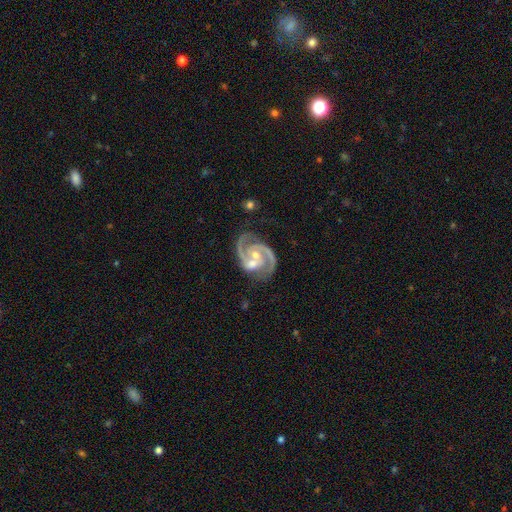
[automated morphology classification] smooth-or-featured: featured or disk: 93% | star or artifact: 4% | smooth: 3%
  disk-edge-on: no: 98% | yes: 2%
    bar: no: 47% | weak: 36% | strong: 17%
    has-spiral-arms: yes: 99% | no: 1%
      spiral-winding: medium: 57% | tight: 35% | loose: 8%
      spiral-arm-count: 2: 89% | 3: 5% | can't tell: 2% | 1: 1% | 4: 1% | more than 4: 1%
    bulge-size: moderate: 50% | small: 46% | none: 2% | large: 2% | dominant: 1%
  merging: none: 64% | minor disturbance: 17% | merger: 13% | major disturbance: 7%